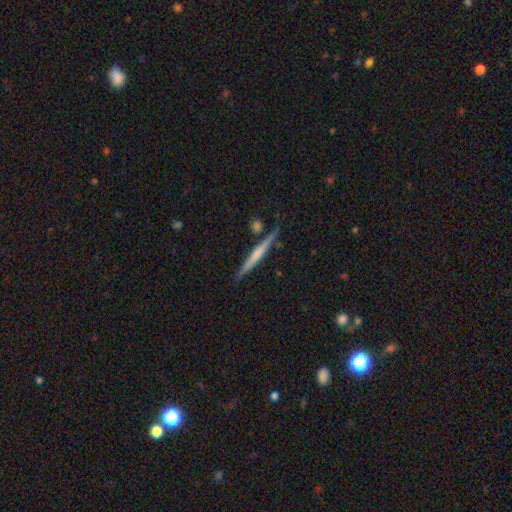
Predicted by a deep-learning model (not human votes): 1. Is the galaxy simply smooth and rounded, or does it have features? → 63% featured or disk, 28% smooth, 9% star or artifact.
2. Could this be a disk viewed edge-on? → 97% yes, 3% no.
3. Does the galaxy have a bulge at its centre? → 49% rounded, 41% none, 10% boxy.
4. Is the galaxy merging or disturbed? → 87% none, 8% minor disturbance, 3% merger, 2% major disturbance.